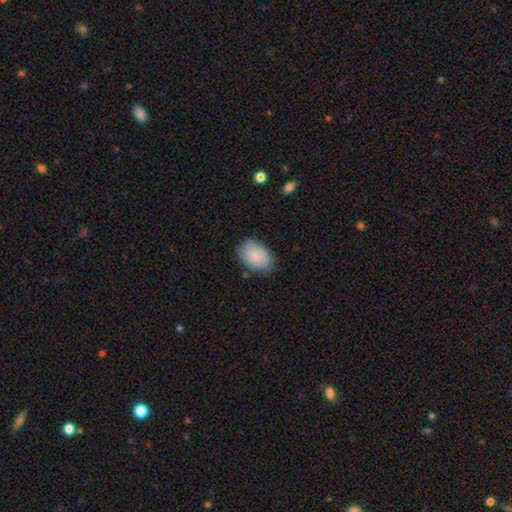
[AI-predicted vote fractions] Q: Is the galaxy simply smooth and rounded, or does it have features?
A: smooth — 81%.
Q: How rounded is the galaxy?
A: in between — 85%.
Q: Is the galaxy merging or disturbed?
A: none — 74%.